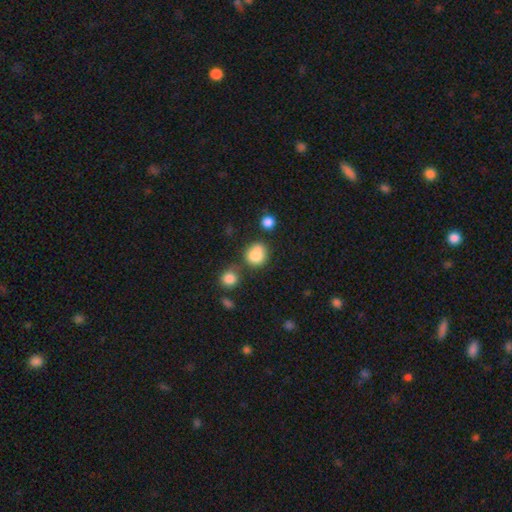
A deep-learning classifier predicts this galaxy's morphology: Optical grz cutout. It shows a smooth galaxy with no disk features (83%) that is round (75%). Merging: none (56%).